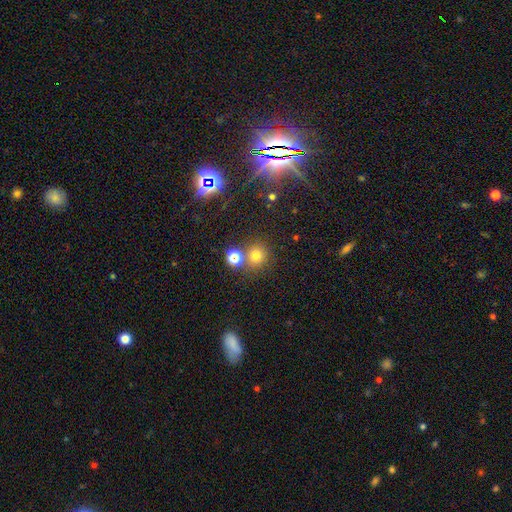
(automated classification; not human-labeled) Q: Smooth or featured?
A: smooth (74%); runner-up: star or artifact (19%)
Q: How rounded?
A: round (90%); runner-up: in between (9%)
Q: Merging?
A: none (68%); runner-up: merger (21%)